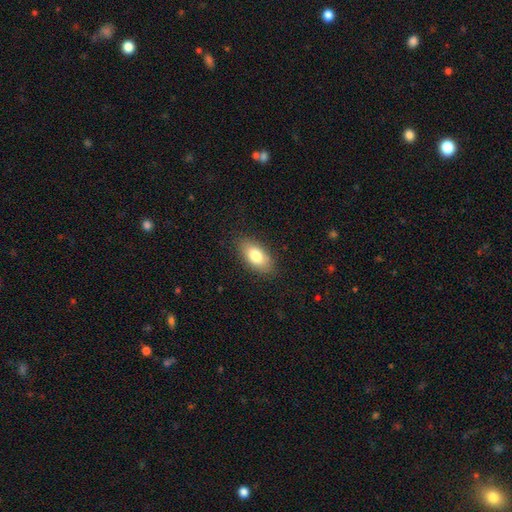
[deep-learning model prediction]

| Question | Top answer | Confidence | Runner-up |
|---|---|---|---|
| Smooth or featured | smooth | 79% | featured or disk (14%) |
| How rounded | in between | 91% | cigar-shaped (5%) |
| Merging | none | 86% | minor disturbance (11%) |